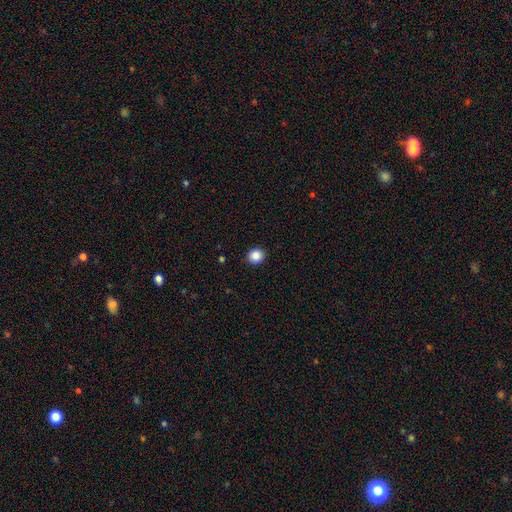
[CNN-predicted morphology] This appears to be a smooth galaxy with no disk features (87%) that is round (88%). Merging: none (92%).